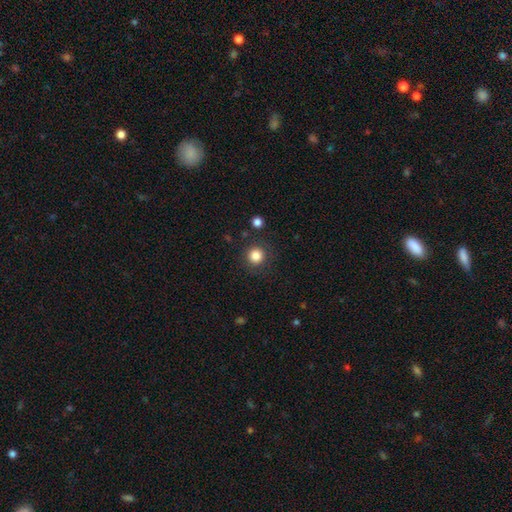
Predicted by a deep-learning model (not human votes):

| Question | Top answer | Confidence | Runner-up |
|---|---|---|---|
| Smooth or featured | smooth | 83% | star or artifact (12%) |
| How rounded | round | 94% | in between (5%) |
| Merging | none | 87% | minor disturbance (8%) |